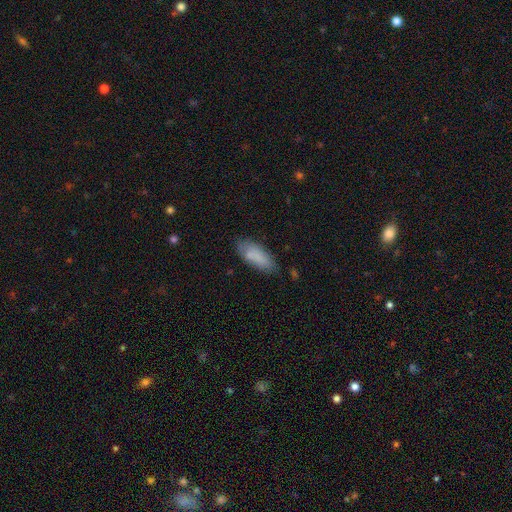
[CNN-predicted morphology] smooth-or-featured: smooth: 82% | featured or disk: 11% | star or artifact: 7%
  how-rounded: in between: 75% | cigar-shaped: 23% | round: 2%
  merging: none: 71% | minor disturbance: 21% | major disturbance: 5% | merger: 4%